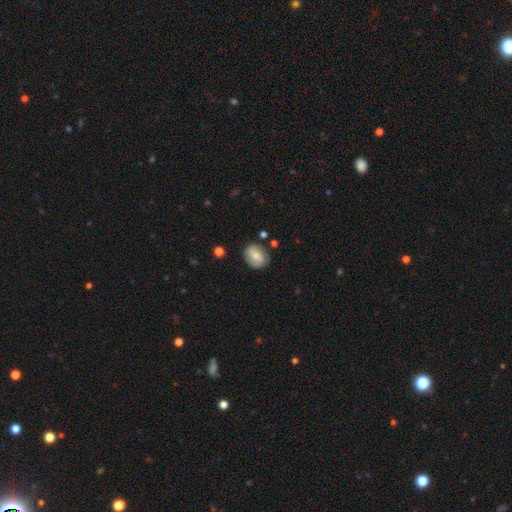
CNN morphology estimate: type=smooth (62%); roundness=round (59%); merging=none (79%).